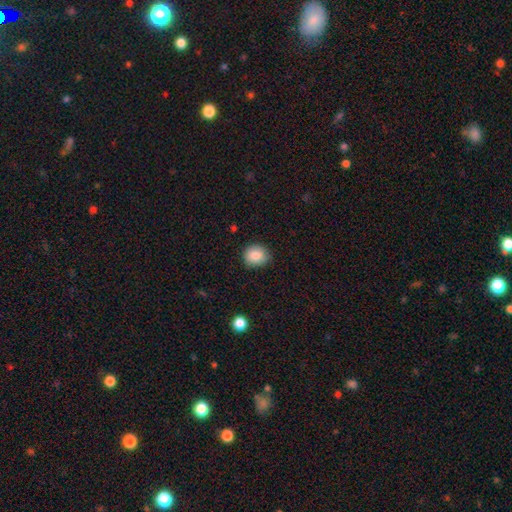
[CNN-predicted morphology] This is clearly a smooth galaxy (84%). How rounded: likely round (75%). Merging: clearly none (84%).